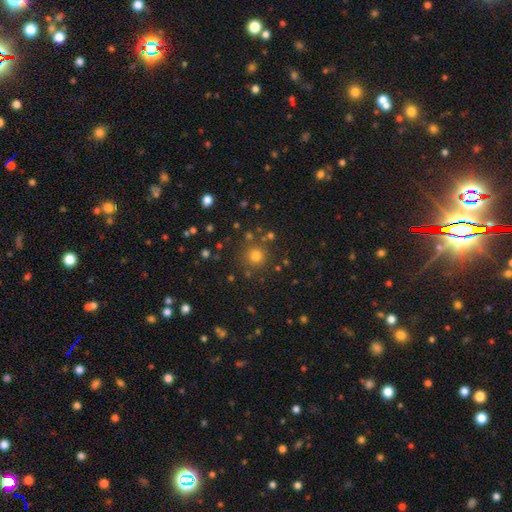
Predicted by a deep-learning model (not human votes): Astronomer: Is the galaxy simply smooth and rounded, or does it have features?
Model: smooth — 76%.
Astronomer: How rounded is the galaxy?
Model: round — 95%.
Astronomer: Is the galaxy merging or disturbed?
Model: none — 84%.